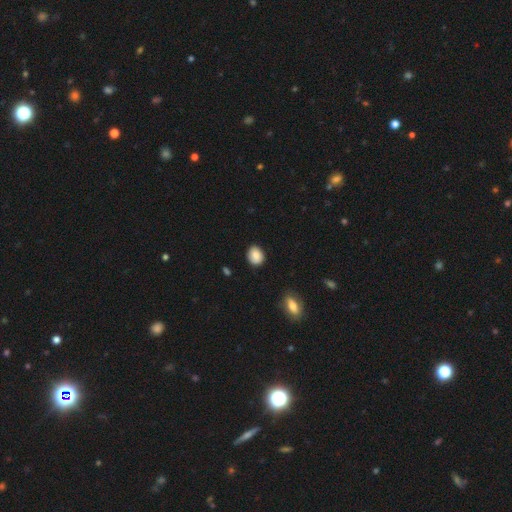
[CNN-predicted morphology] smooth 86%, star or artifact 8%, featured or disk 6%. Down the decision tree: how rounded — round (54%); merging — none (84%).